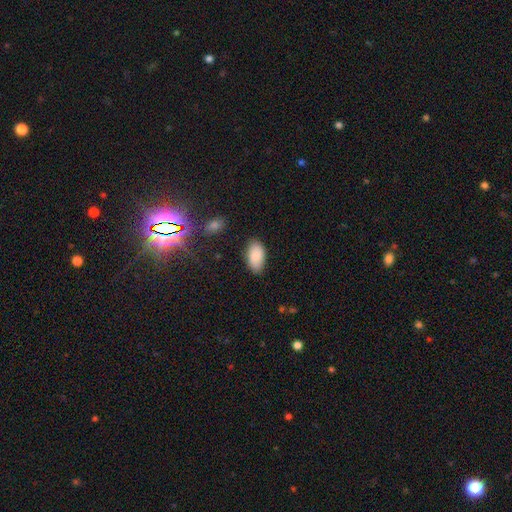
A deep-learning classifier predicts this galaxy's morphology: Q: Smooth or featured?
A: smooth (83%); runner-up: featured or disk (9%)
Q: How rounded?
A: in between (95%); runner-up: round (4%)
Q: Merging?
A: none (81%); runner-up: minor disturbance (14%)